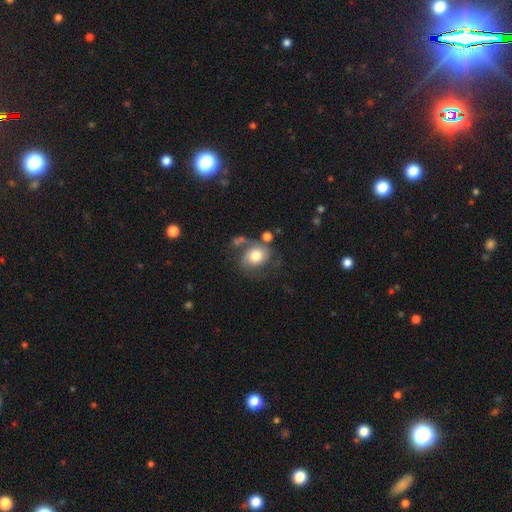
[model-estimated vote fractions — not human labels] The model was most divided on "smooth or featured" (2-way tie): featured or disk: 46%, smooth: 46%, star or artifact: 8%. Remaining: merging — none (44%).